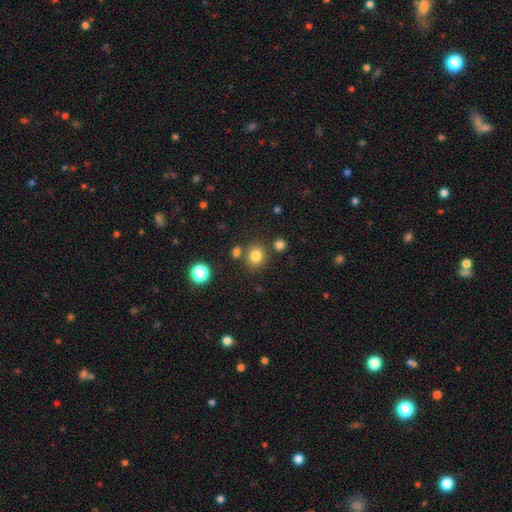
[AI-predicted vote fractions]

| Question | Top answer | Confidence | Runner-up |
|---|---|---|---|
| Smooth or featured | smooth | 80% | star or artifact (14%) |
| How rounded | round | 83% | in between (16%) |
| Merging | none | 76% | merger (11%) |